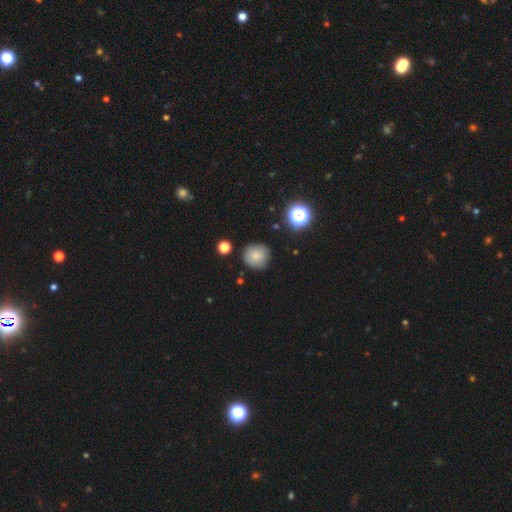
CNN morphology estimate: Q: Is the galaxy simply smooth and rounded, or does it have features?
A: smooth — 80%.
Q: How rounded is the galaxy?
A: round — 91%.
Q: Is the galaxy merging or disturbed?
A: none — 85%.